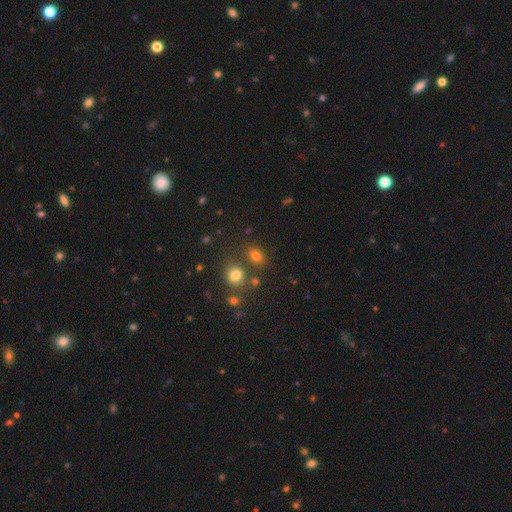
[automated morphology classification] smooth-or-featured: smooth: 75% | star or artifact: 17% | featured or disk: 7%
  how-rounded: in between: 63% | round: 35% | cigar-shaped: 2%
  merging: none: 69% | merger: 14% | minor disturbance: 12% | major disturbance: 5%